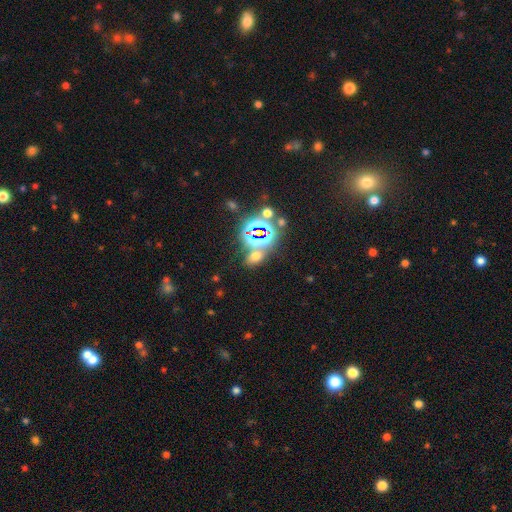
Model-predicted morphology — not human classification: Smooth or featured? star or artifact (47%)